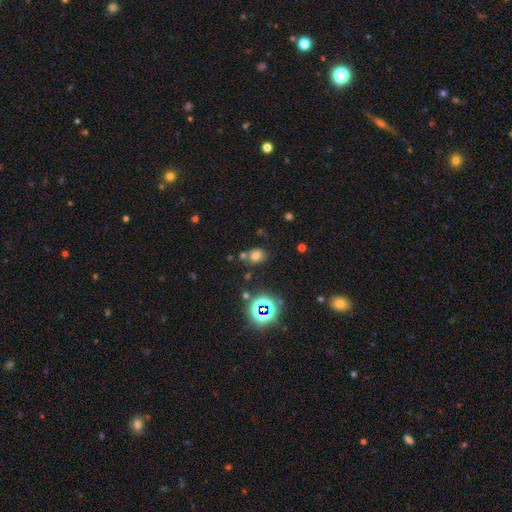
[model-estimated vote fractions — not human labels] smooth_or_featured: smooth (p=0.64) [alt: star or artifact p=0.25]
how_rounded: round (p=0.61) [alt: in between p=0.37]
merging: none (p=0.70) [alt: minor disturbance p=0.14]